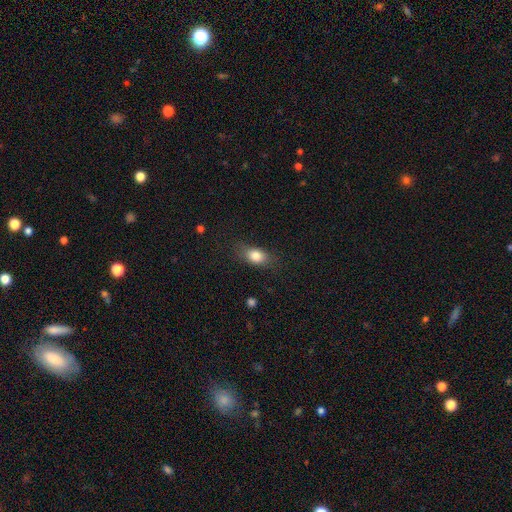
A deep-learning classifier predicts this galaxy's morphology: type=smooth (82%); roundness=in between (78%); merging=none (74%).